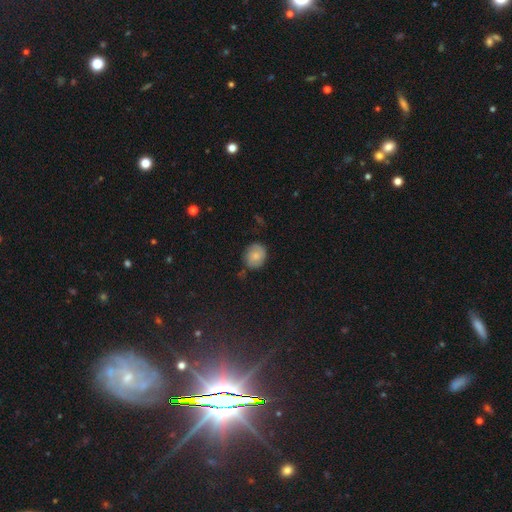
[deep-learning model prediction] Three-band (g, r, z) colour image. It shows a smooth galaxy with no disk features (72%) that is round (63%). Merging: none (72%).